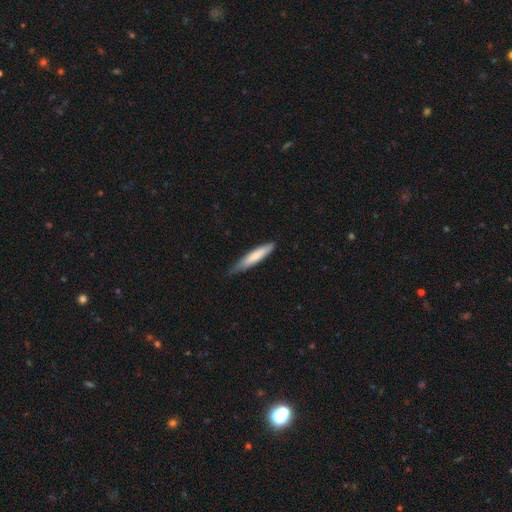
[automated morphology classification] smooth 75%, featured or disk 20%, star or artifact 5%. Down the decision tree: how rounded — cigar-shaped (88%); merging — none (69%).